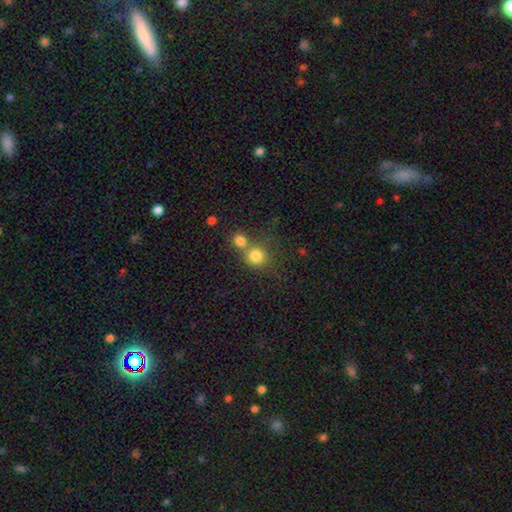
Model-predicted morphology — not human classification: Overall: smooth (79%). How rounded: round (86%). Merging: none (46%; merger 43%).